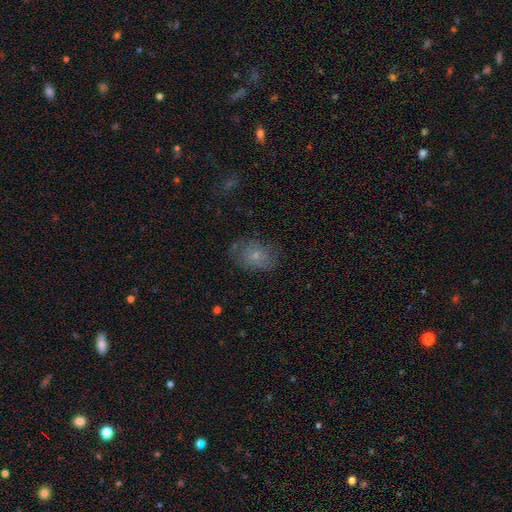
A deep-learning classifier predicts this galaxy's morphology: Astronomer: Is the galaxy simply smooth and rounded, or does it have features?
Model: smooth — 65%.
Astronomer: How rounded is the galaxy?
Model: in between — 68%.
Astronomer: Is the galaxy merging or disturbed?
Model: none — 65%.